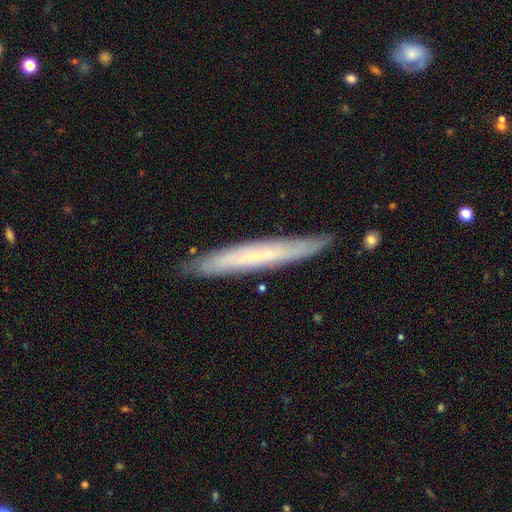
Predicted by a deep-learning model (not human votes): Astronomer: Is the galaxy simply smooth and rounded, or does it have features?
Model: featured or disk — 52% (runner-up: smooth, 41%).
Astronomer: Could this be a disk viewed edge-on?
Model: yes — 81%.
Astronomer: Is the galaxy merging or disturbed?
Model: none — 86%.